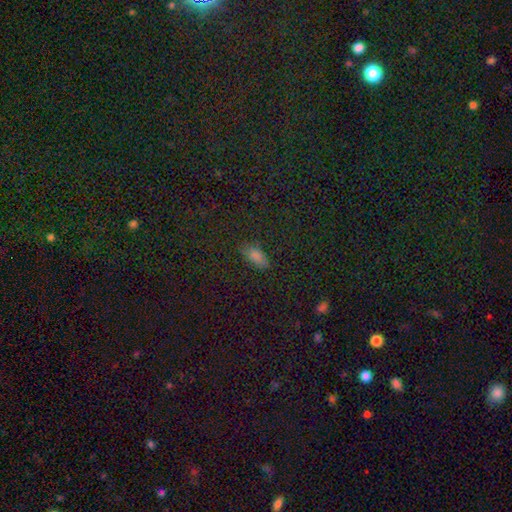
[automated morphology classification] Overall: smooth (74%). How rounded: in between (85%). Merging: none (81%).